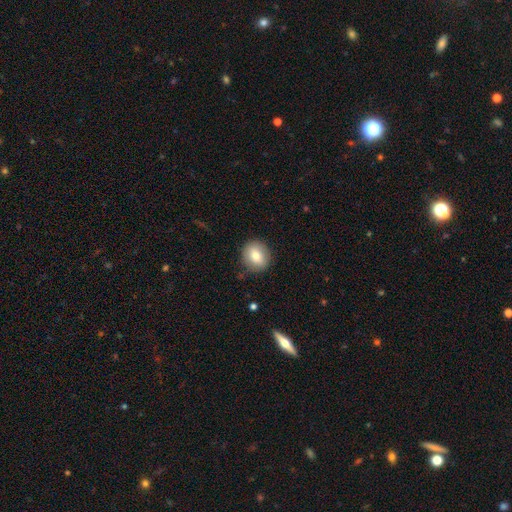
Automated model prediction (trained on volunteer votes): Smooth or featured? smooth (77%)
How rounded? round (75%)
Merging? none (85%)